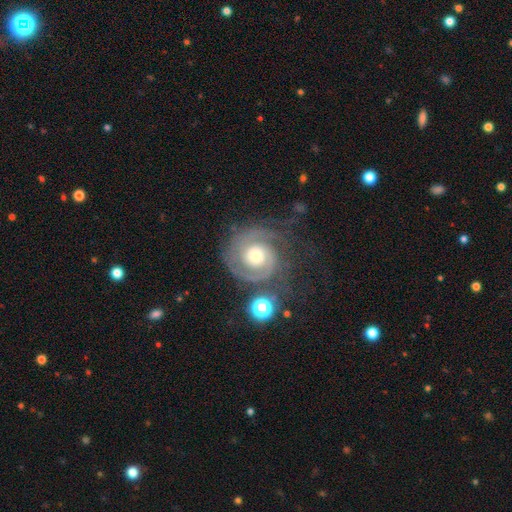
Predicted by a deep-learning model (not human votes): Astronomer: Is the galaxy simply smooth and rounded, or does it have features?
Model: featured or disk — 88%.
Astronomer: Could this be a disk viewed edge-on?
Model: no — 98%.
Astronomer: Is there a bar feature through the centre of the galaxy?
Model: no — 72%.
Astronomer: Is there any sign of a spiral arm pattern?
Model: yes — 97%.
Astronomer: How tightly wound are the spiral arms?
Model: tight — 69%.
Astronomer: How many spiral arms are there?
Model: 2 — 66%.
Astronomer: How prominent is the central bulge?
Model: moderate — 67%.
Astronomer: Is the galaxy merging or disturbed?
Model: none — 66%.